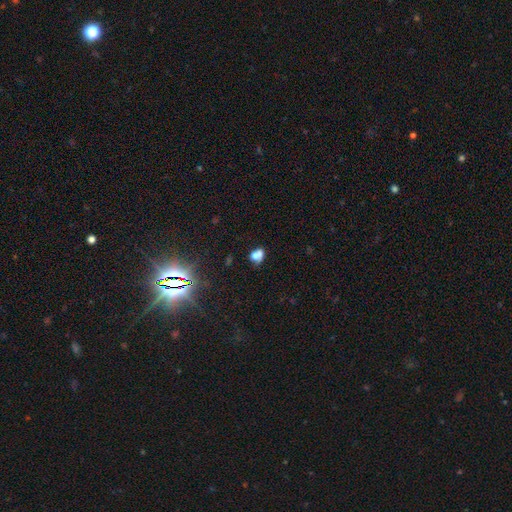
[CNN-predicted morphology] smooth 66%, star or artifact 18%, featured or disk 16%. Down the decision tree: how rounded — in between (56%); merging — merger (41%).